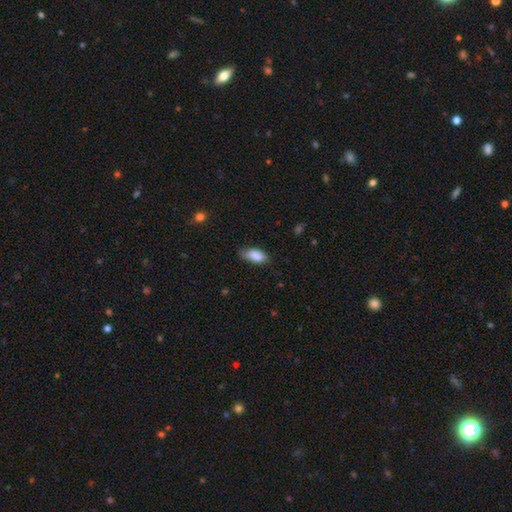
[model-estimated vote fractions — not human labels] Overall: smooth (86%). How rounded: in between (89%). Merging: none (68%).